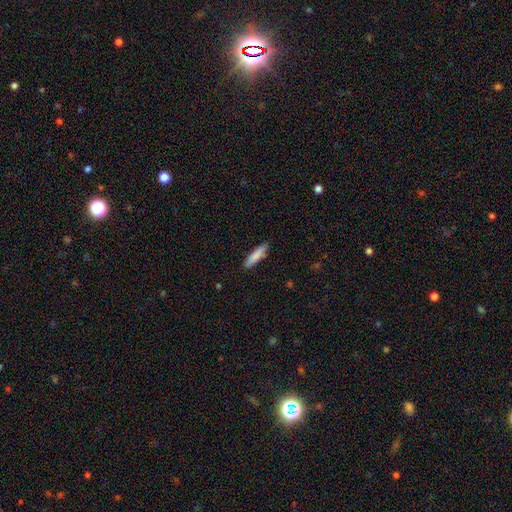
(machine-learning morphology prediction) The model was most divided on "how rounded": cigar-shaped: 73%, in between: 26%, round: 1%. More confident: merging — none (86%); smooth or featured — smooth (85%).